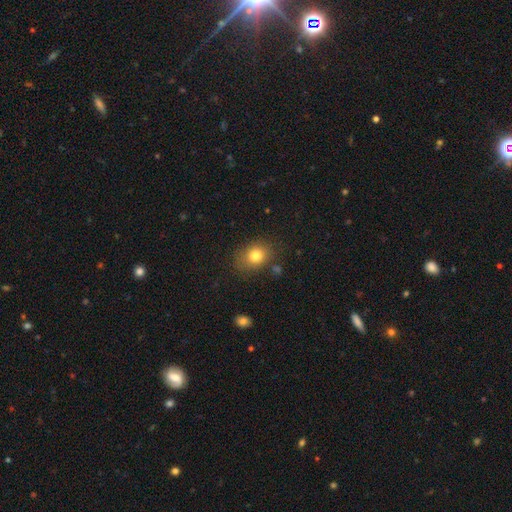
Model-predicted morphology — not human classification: A smooth galaxy with no disk features (79%) that is in between round and cigar-shaped (51%). Merging: none (77%).